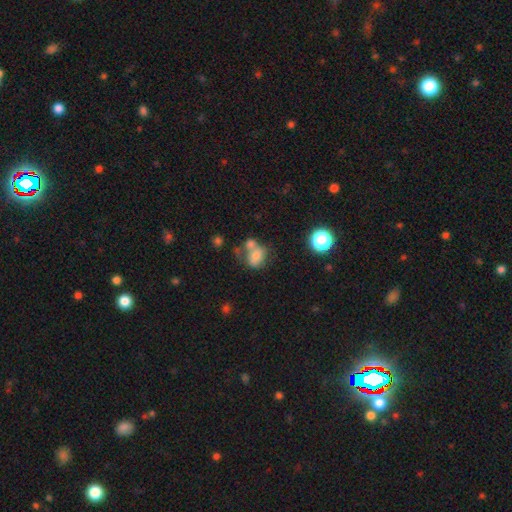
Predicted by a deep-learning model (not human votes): Smooth or featured: smooth — 67% (featured or disk — 20%)
How rounded: in between — 52% (round — 47%)
Merging: merger — 45% (none — 32%)